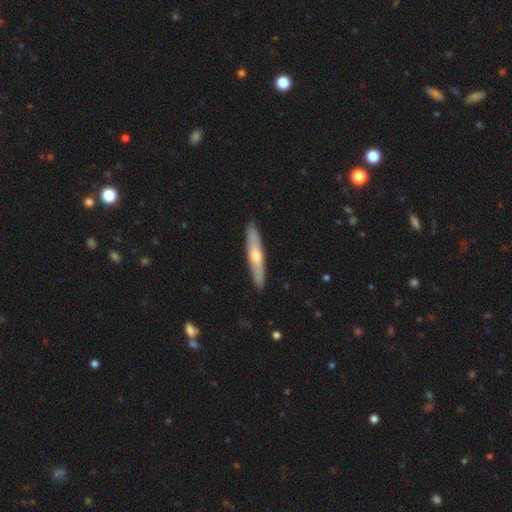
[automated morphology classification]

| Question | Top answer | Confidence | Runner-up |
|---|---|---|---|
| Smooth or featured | featured or disk | 54% | smooth (41%) |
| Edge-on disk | yes | 86% | no (14%) |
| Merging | none | 90% | minor disturbance (7%) |